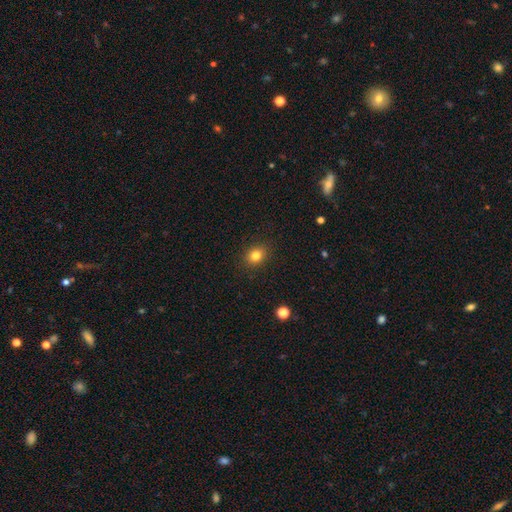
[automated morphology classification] Smooth or featured? Predicted: smooth (p=0.82). How rounded? Predicted: round (p=0.51). Merging? Predicted: none (p=0.88).